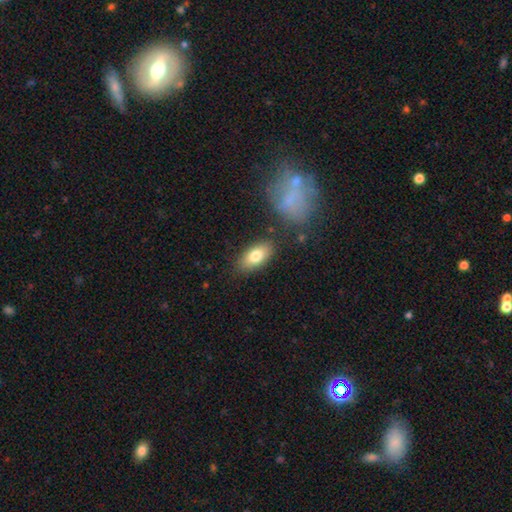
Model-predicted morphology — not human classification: type=smooth (78%); roundness=in between (89%); merging=none (81%).